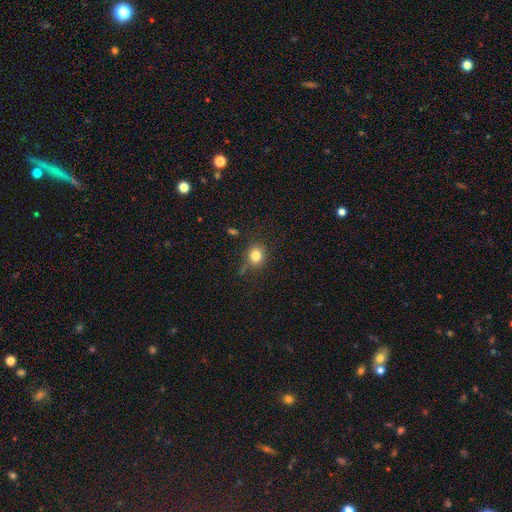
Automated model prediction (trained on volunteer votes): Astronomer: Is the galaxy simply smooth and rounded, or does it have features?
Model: smooth — 81%.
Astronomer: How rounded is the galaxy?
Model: round — 77%.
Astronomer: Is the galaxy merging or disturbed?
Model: none — 75%.